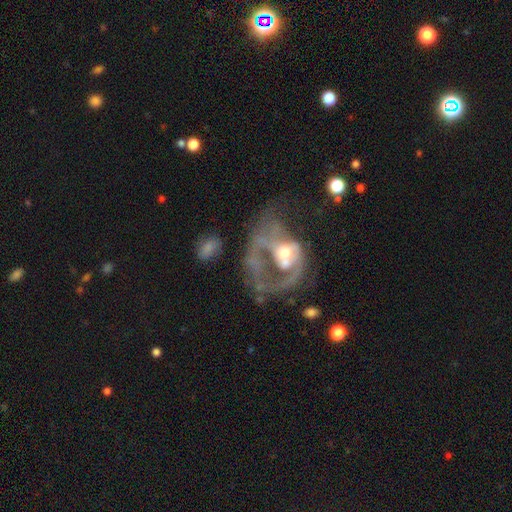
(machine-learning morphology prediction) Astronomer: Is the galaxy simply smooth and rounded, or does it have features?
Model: featured or disk — 68%.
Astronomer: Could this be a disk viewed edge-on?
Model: no — 97%.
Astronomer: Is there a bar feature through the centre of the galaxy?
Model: no — 68%.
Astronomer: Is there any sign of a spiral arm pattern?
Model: no — 50%, tied with yes at 50%.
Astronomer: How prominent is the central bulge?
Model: moderate — 55%.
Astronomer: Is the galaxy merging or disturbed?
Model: major disturbance — 48% (runner-up: none, 24%).